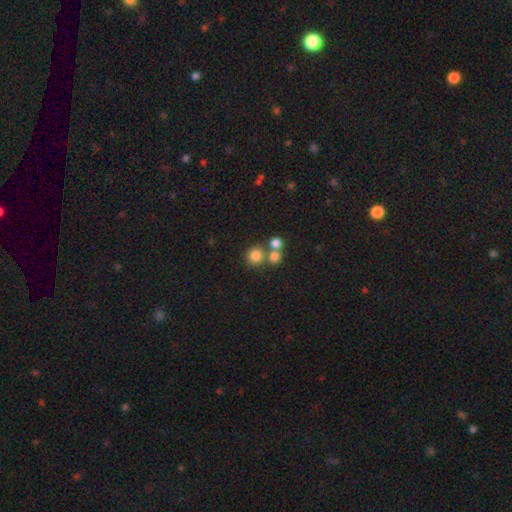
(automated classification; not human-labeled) smooth_or_featured: smooth (p=0.77) [alt: star or artifact p=0.14]
how_rounded: round (p=0.88) [alt: in between p=0.11]
merging: none (p=0.60) [alt: merger p=0.29]